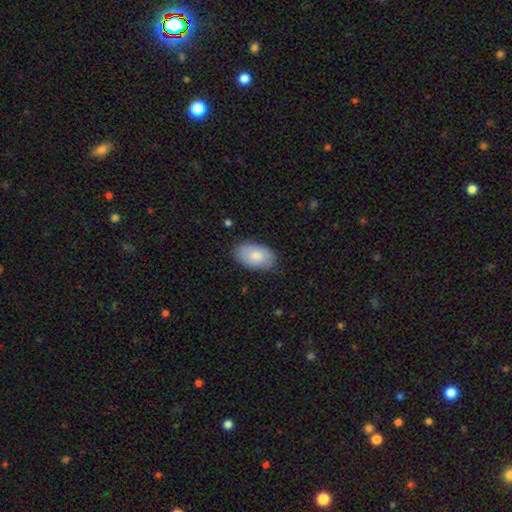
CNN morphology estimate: This is likely a smooth galaxy (78%). How rounded: clearly in between (93%). Merging: clearly none (81%).